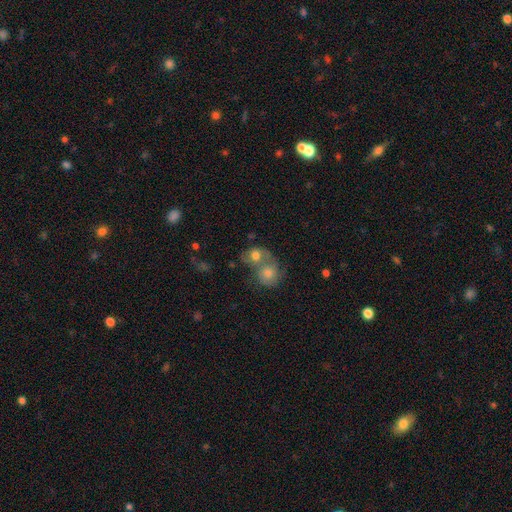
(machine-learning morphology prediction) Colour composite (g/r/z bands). It shows a smooth galaxy with no disk features (51%) that is round (74%). Merging: merger (59%).